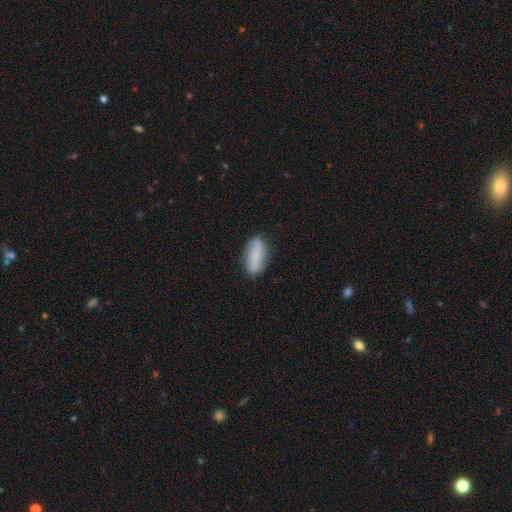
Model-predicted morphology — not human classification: Smooth or featured?
  - smooth: 72% *
  - featured or disk: 21%
  - star or artifact: 7%
How rounded?
  - in between: 77% *
  - cigar-shaped: 20%
  - round: 3%
Merging?
  - none: 81% *
  - minor disturbance: 14%
  - major disturbance: 3%
  - merger: 2%